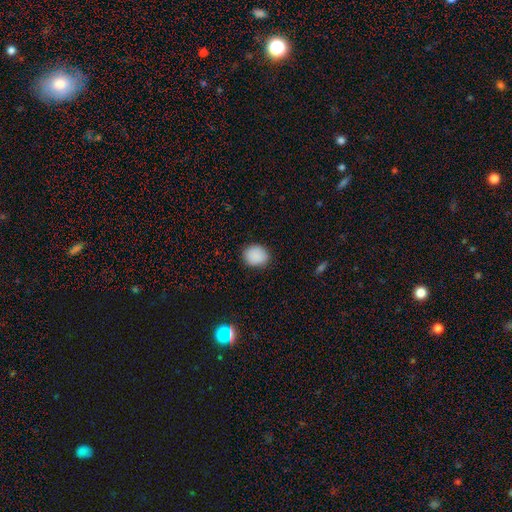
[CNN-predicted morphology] Smooth or featured? smooth (89%)
How rounded? round (66%)
Merging? none (86%)